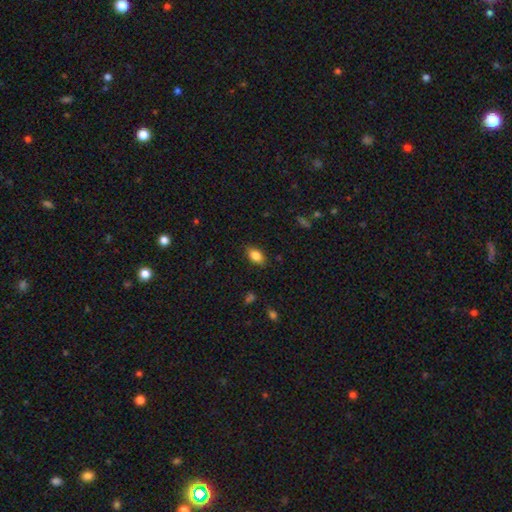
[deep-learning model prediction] smooth_or_featured: smooth (p=0.85) [alt: star or artifact p=0.08]
how_rounded: in between (p=0.89) [alt: round p=0.09]
merging: none (p=0.85) [alt: minor disturbance p=0.11]